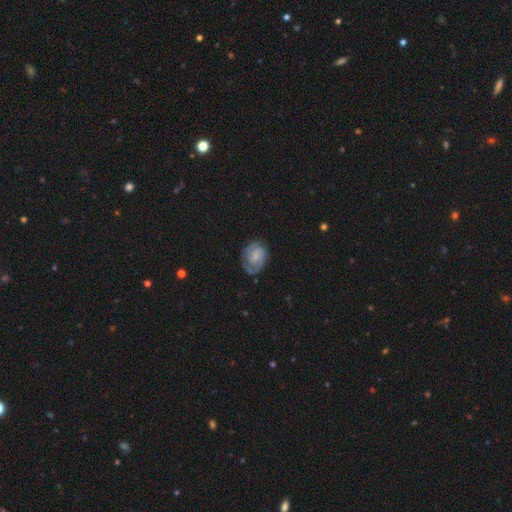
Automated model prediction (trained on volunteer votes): Smooth or featured: featured or disk — 71% (smooth — 23%)
Edge-on disk: no — 98% (yes — 2%)
Bar: no — 55% (weak — 38%)
Spiral arms: yes — 92% (no — 8%)
Spiral winding: tight — 51% (medium — 38%)
Spiral arm count: 2 — 67% (can't tell — 15%)
Bulge size: small — 53% (moderate — 22%)
Merging: none — 70% (minor disturbance — 20%)